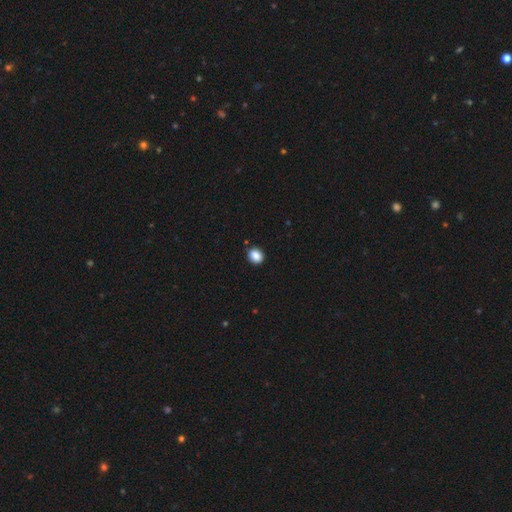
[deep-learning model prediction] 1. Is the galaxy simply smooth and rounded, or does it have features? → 88% smooth, 9% star or artifact, 3% featured or disk.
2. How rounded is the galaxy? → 62% round, 37% in between, 1% cigar-shaped.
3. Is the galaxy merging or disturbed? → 88% none, 8% minor disturbance, 2% major disturbance, 2% merger.